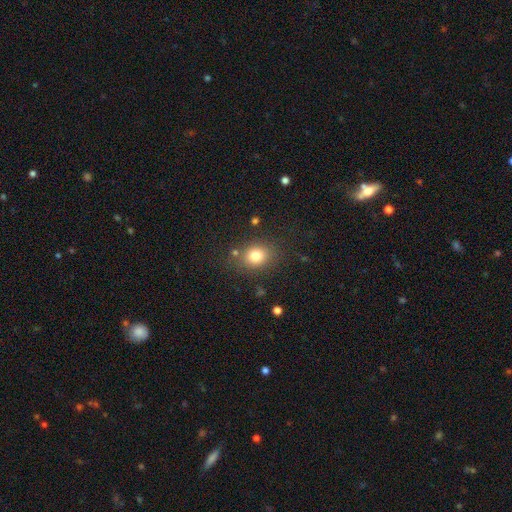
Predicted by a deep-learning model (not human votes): smooth_or_featured: smooth (p=0.79) [alt: star or artifact p=0.13]
how_rounded: round (p=0.62) [alt: in between p=0.37]
merging: none (p=0.80) [alt: minor disturbance p=0.12]